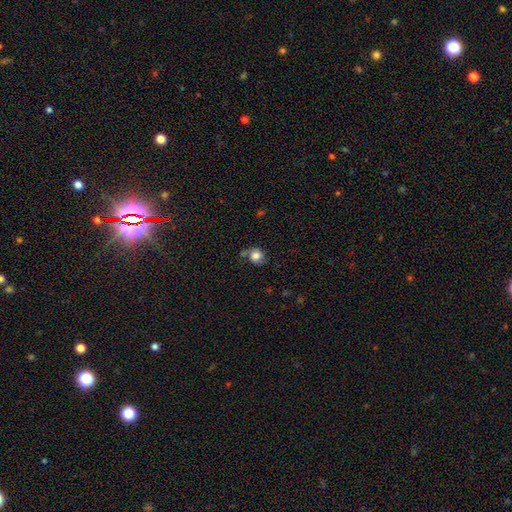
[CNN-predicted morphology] The model was most divided on "merging": none: 55%, minor disturbance: 25%, merger: 11%, major disturbance: 9%. More confident: how rounded — round (76%); smooth or featured — smooth (76%).